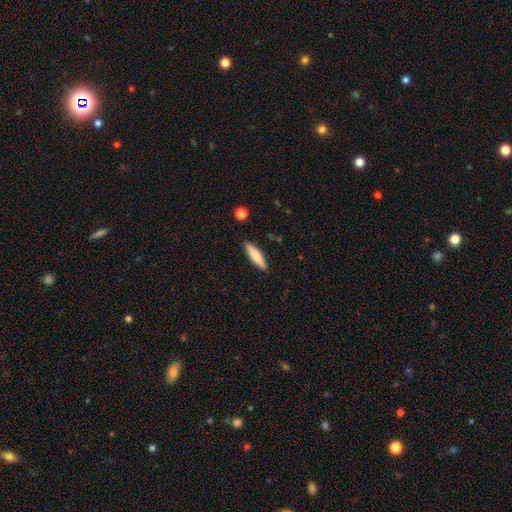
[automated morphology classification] smooth-or-featured: smooth: 71% | featured or disk: 23% | star or artifact: 6%
  how-rounded: cigar-shaped: 80% | in between: 19% | round: 2%
  merging: none: 89% | minor disturbance: 8% | major disturbance: 2% | merger: 2%